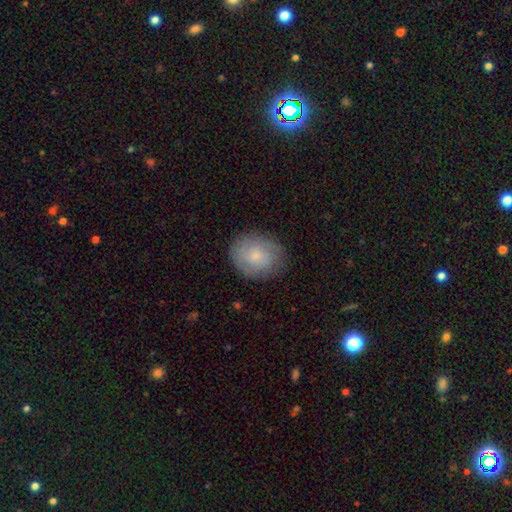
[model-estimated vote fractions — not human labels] smooth_or_featured: smooth (p=0.64) [alt: featured or disk p=0.29]
how_rounded: round (p=0.55) [alt: in between p=0.44]
merging: none (p=0.81) [alt: minor disturbance p=0.14]